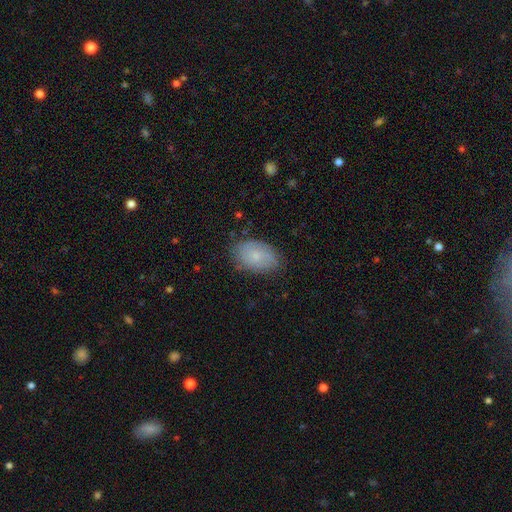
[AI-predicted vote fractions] Smooth or featured? smooth (62%)
How rounded? in between (87%)
Merging? none (77%)